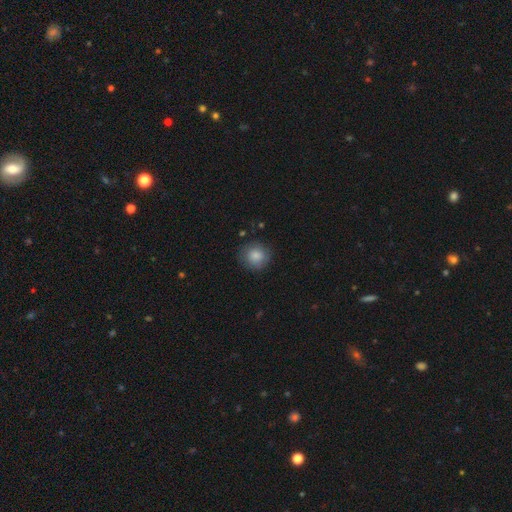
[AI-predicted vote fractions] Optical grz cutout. It shows a smooth galaxy with no disk features (84%) that is round (90%). Merging: none (82%).